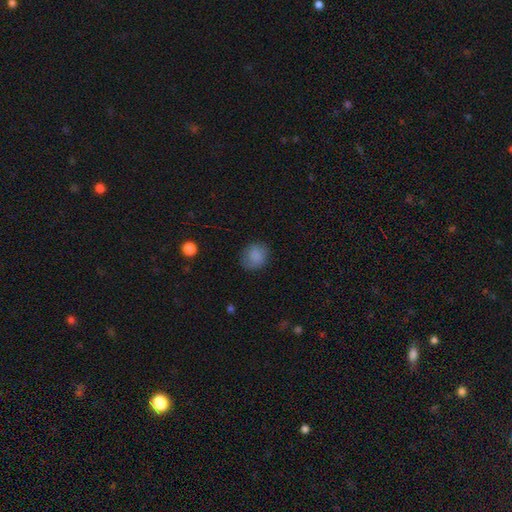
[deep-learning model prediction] Overall: smooth (85%). How rounded: round (70%). Merging: none (80%).